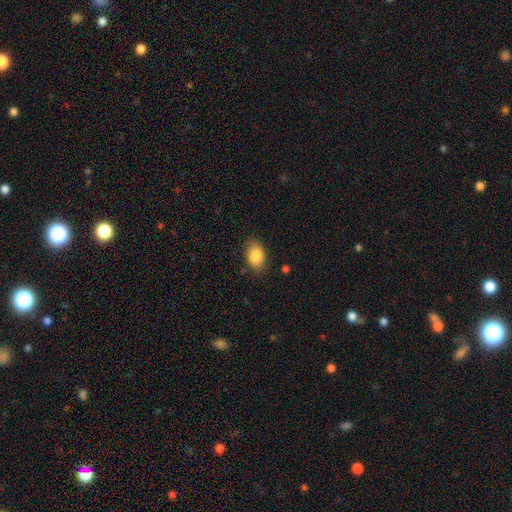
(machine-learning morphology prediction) Overall: smooth (86%). How rounded: in between (88%). Merging: none (80%).